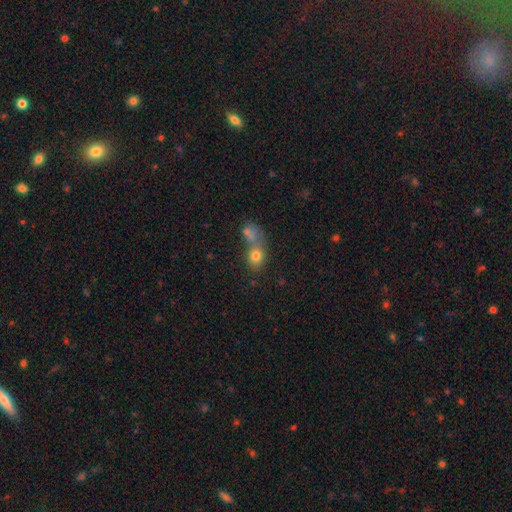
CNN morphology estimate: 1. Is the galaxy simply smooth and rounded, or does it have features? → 77% smooth, 12% featured or disk, 11% star or artifact.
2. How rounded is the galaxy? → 51% round, 47% in between, 2% cigar-shaped.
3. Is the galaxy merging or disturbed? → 54% merger, 31% none, 9% minor disturbance, 6% major disturbance.